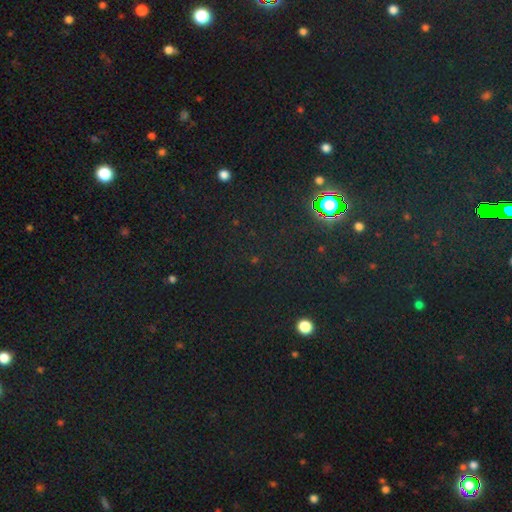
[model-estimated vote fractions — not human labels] Smooth or featured? Predicted: star or artifact (p=0.78).